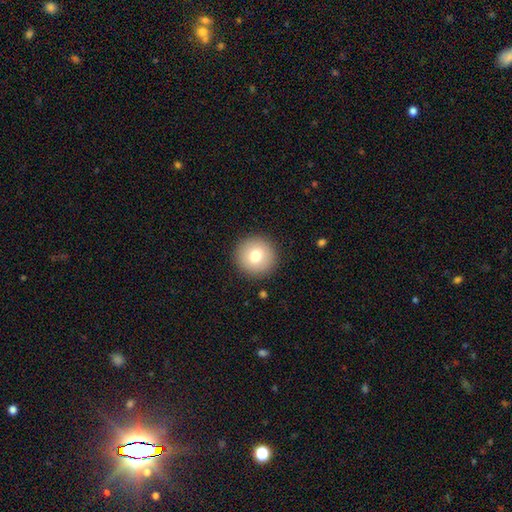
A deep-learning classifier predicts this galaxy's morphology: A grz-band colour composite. It shows a smooth galaxy with no disk features (76%) that is round (96%). Merging: none (92%).